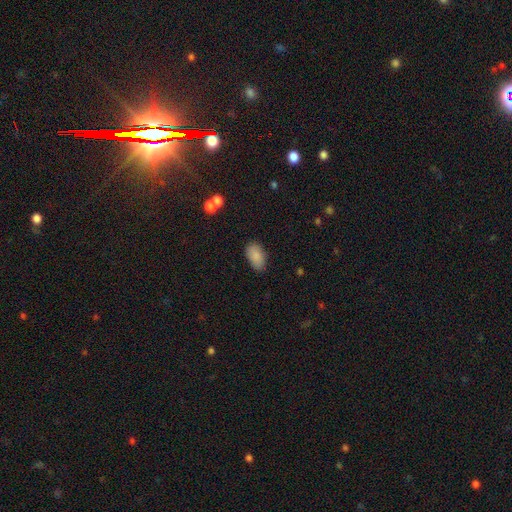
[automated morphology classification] Overall: smooth (88%). How rounded: in between (93%). Merging: none (82%).